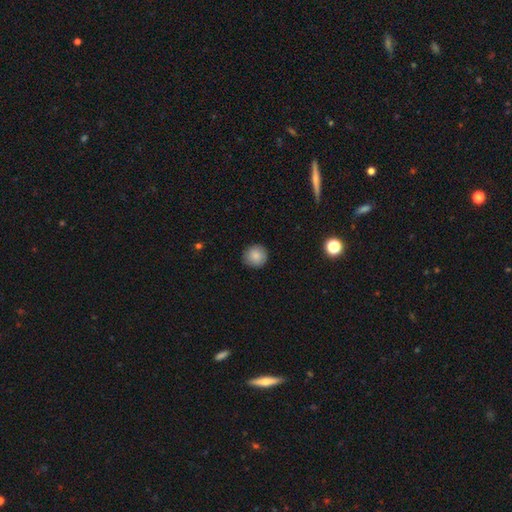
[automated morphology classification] type=smooth (86%); roundness=round (94%); merging=none (90%).